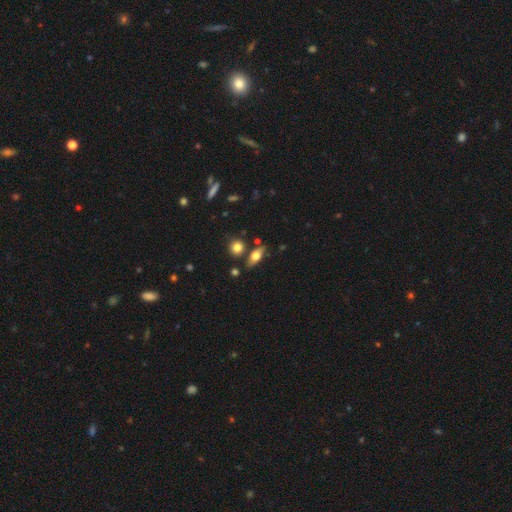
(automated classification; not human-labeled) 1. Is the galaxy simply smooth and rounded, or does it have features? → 58% smooth, 33% featured or disk, 9% star or artifact.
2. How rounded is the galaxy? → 66% in between, 23% cigar-shaped, 11% round.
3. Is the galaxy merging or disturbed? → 74% none, 14% minor disturbance, 8% merger, 4% major disturbance.